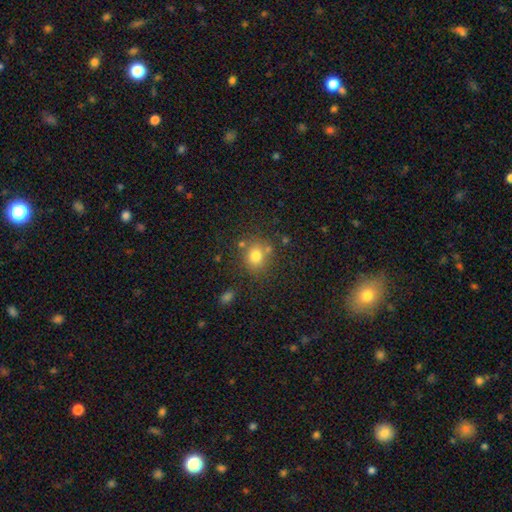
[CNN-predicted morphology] Smooth or featured? smooth (77%)
How rounded? round (75%)
Merging? none (72%)